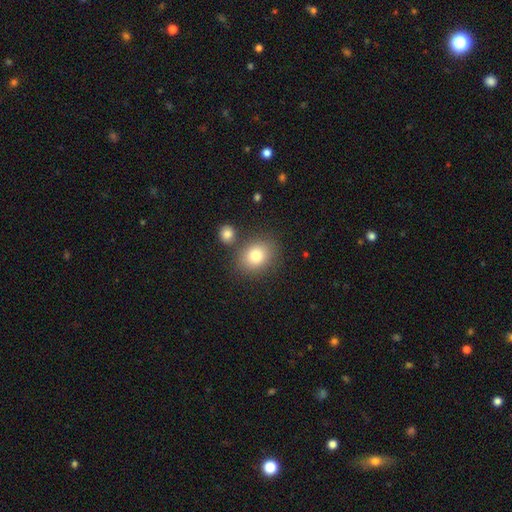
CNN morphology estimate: This is clearly a smooth galaxy (80%). How rounded: possibly round (55%). Merging: likely none (74%).